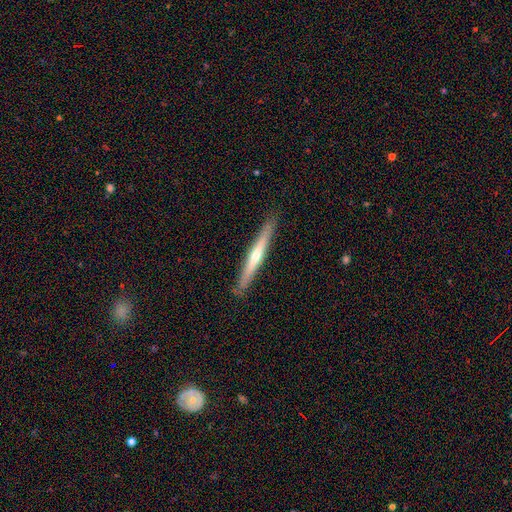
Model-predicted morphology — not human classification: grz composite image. It shows a featured or disk galaxy (64%) viewed edge-on (97%) with a rounded central bulge (71%). Merging: none (91%).